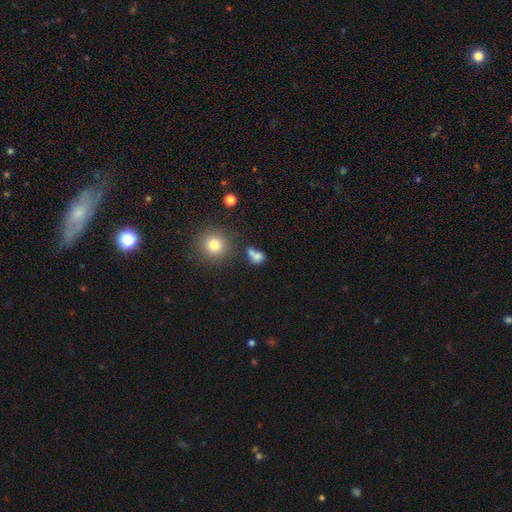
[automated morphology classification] smooth-or-featured: smooth: 74% | star or artifact: 16% | featured or disk: 11%
  how-rounded: round: 51% | in between: 46% | cigar-shaped: 3%
  merging: none: 39% | merger: 38% | minor disturbance: 13% | major disturbance: 10%